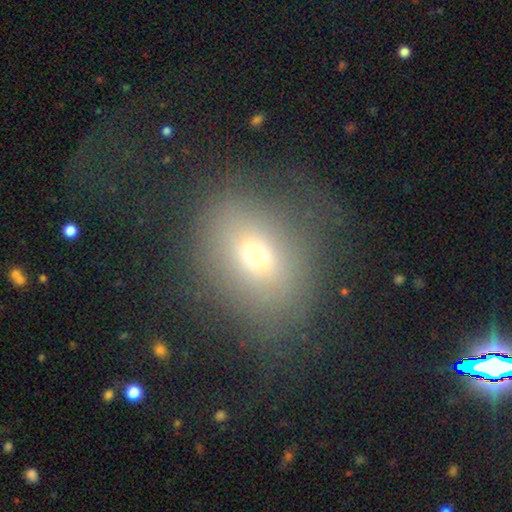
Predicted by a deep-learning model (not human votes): Overall: smooth (63%). How rounded: round (57%; in between 42%). Merging: none (59%; major disturbance 20%).